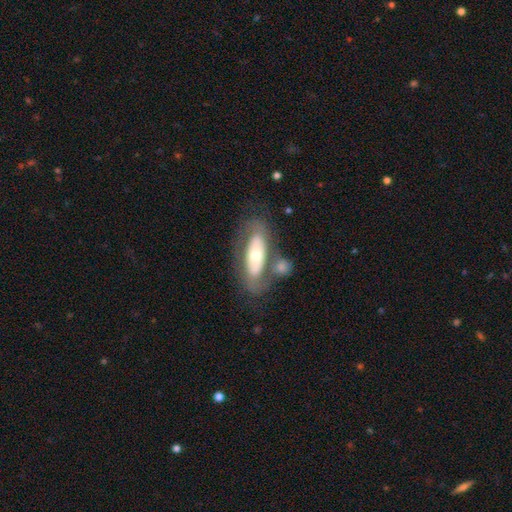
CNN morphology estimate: This is possibly a featured or disk galaxy (49%). Merging: possibly none (53%).